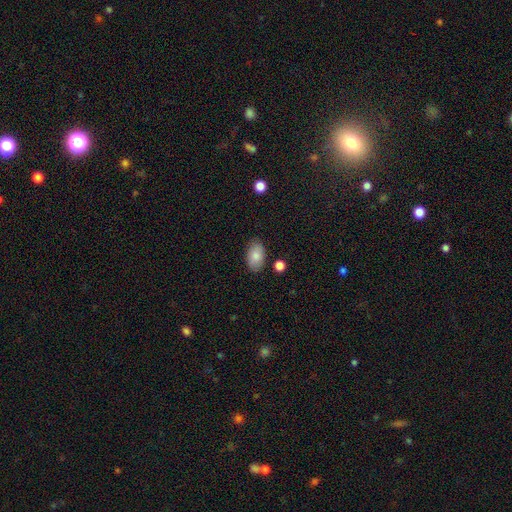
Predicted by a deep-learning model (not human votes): A smooth galaxy with no disk features (85%) that is in between round and cigar-shaped (93%). Merging: none (82%).